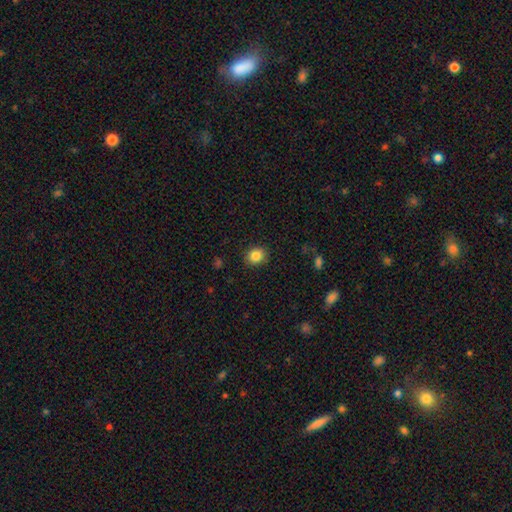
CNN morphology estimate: Smooth or featured: smooth — 85% (star or artifact — 10%)
How rounded: round — 71% (in between — 28%)
Merging: none — 90% (minor disturbance — 7%)